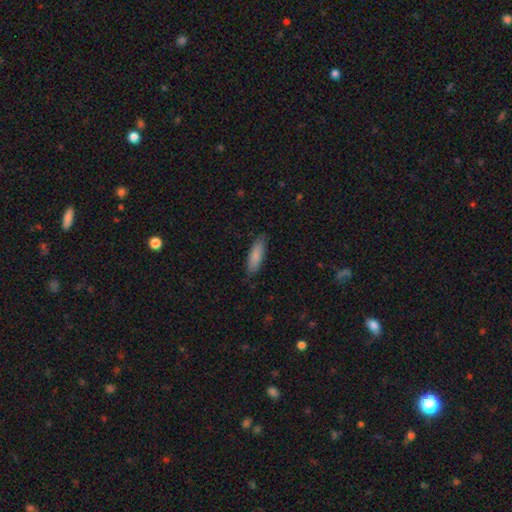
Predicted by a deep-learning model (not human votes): Smooth or featured? Predicted: smooth (p=0.83). How rounded? Predicted: in between (p=0.49, tied with cigar-shaped). Merging? Predicted: none (p=0.83).